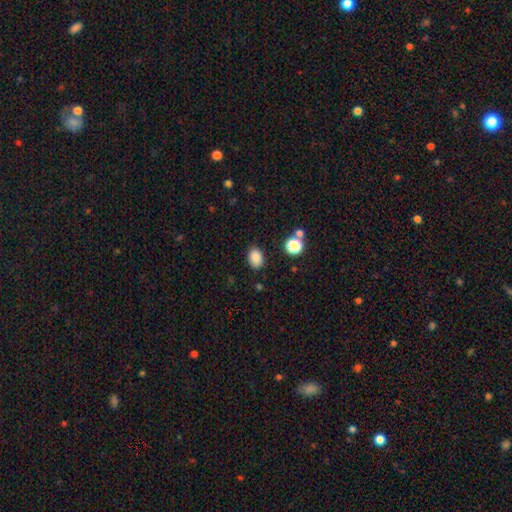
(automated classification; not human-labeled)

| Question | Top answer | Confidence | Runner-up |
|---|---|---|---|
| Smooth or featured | smooth | 85% | star or artifact (11%) |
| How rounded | in between | 73% | round (26%) |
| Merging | none | 86% | minor disturbance (10%) |